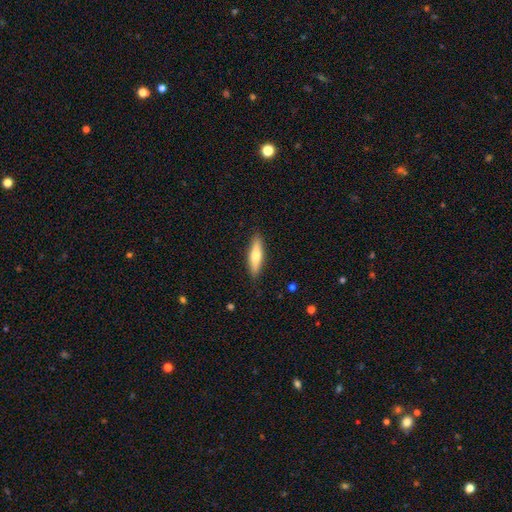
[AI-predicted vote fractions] Overall: smooth (64%; featured or disk 31%). How rounded: cigar-shaped (72%). Merging: none (89%).